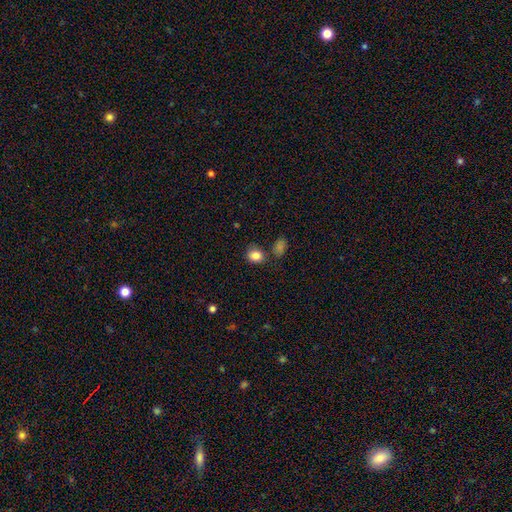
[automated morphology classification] smooth-or-featured: smooth: 85% | star or artifact: 10% | featured or disk: 5%
  how-rounded: round: 58% | in between: 41% | cigar-shaped: 1%
  merging: none: 73% | minor disturbance: 15% | merger: 8% | major disturbance: 4%